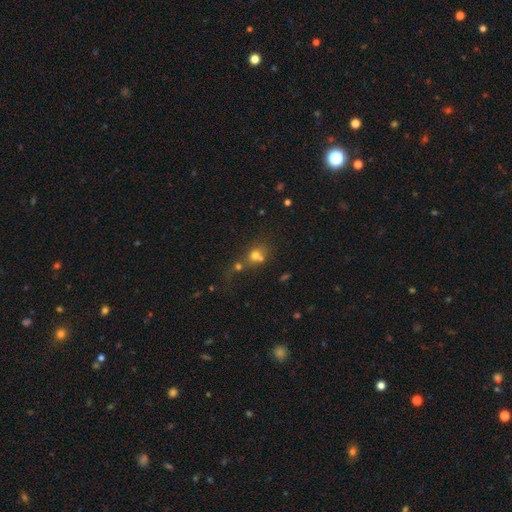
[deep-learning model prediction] Overall: smooth (62%). How rounded: round (74%). Merging: merger (52%; none 33%).